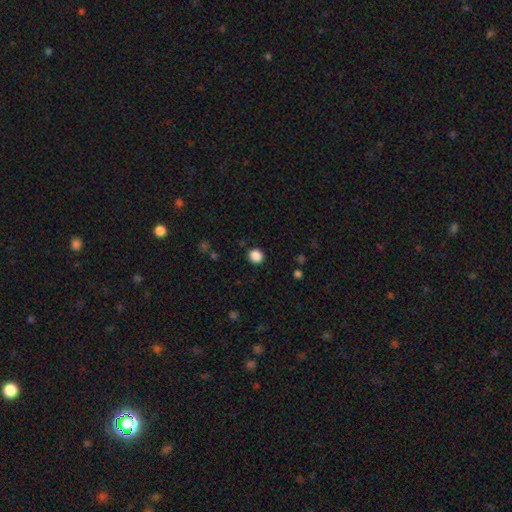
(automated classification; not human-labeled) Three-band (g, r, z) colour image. It shows a smooth galaxy with no disk features (87%) that is round (88%). Merging: none (91%).